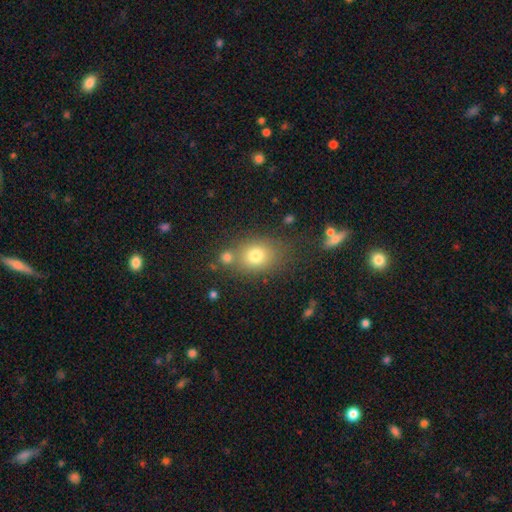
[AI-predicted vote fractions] smooth 76%, star or artifact 13%, featured or disk 12%. Down the decision tree: how rounded — in between (53%); merging — none (63%).